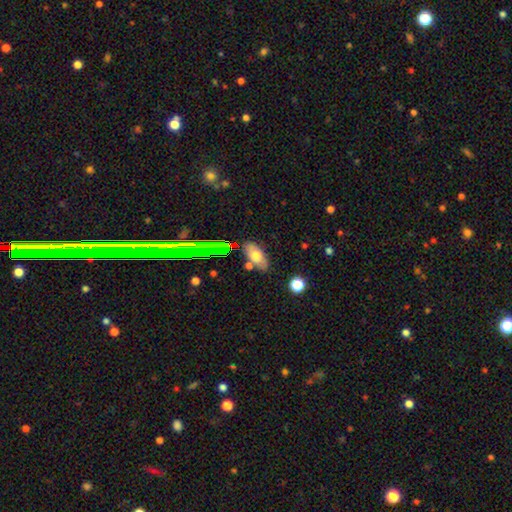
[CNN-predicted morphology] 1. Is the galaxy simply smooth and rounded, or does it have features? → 68% smooth, 21% featured or disk, 12% star or artifact.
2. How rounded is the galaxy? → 89% in between, 6% cigar-shaped, 5% round.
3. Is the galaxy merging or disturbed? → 75% none, 15% minor disturbance, 7% merger, 3% major disturbance.